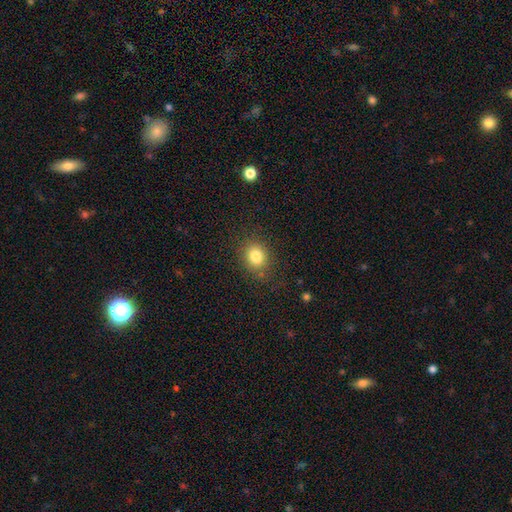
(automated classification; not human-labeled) Smooth or featured?
  - smooth: 81% *
  - star or artifact: 11%
  - featured or disk: 7%
How rounded?
  - round: 67% *
  - in between: 32%
  - cigar-shaped: 1%
Merging?
  - none: 83% *
  - minor disturbance: 12%
  - major disturbance: 4%
  - merger: 2%